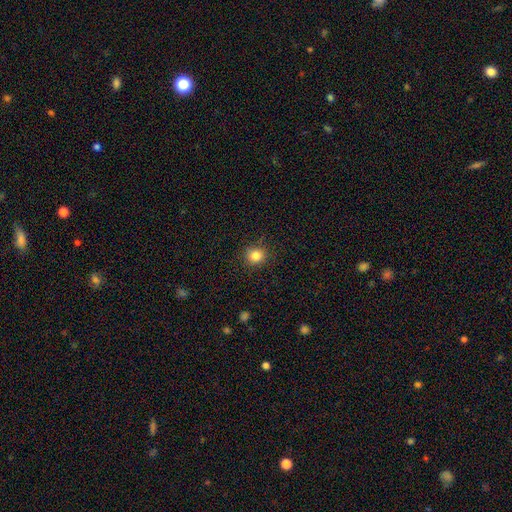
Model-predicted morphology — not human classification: Smooth or featured?
  - smooth: 84% *
  - star or artifact: 11%
  - featured or disk: 5%
How rounded?
  - round: 88% *
  - in between: 11%
  - cigar-shaped: 1%
Merging?
  - none: 88% *
  - minor disturbance: 8%
  - major disturbance: 2%
  - merger: 1%